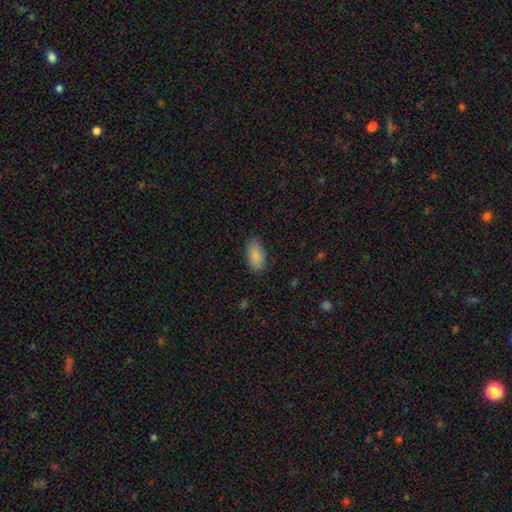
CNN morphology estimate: This is clearly a smooth galaxy (88%). How rounded: clearly in between (92%). Merging: clearly none (86%).